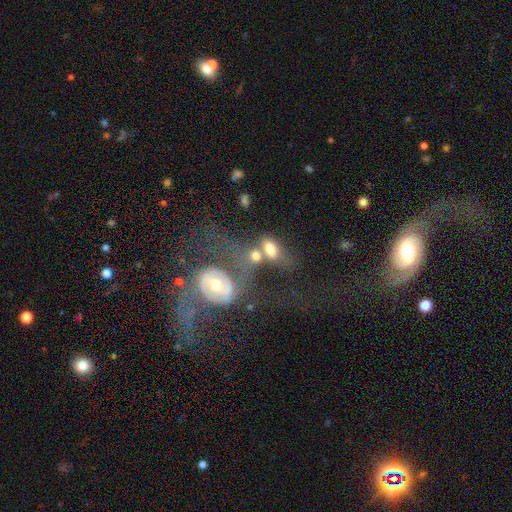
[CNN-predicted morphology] Smooth or featured: smooth — 61% (featured or disk — 29%)
How rounded: in between — 79% (round — 17%)
Merging: merger — 50% (none — 25%)